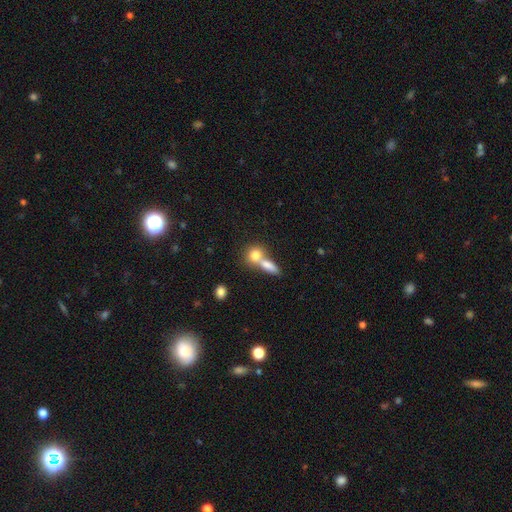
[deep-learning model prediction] smooth 80%, featured or disk 12%, star or artifact 8%. Down the decision tree: how rounded — round (51%); merging — merger (55%).